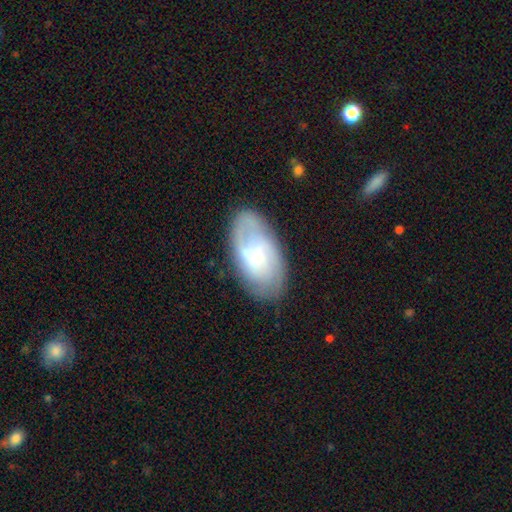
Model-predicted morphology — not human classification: A featured or disk galaxy (59%) with no bar (60%), spiral arms (88%) and a small central bulge (57%).

Vote fractions:
- Smooth or featured? featured or disk: 59% / smooth: 34% / star or artifact: 7%
- Edge-on disk? no: 95% / yes: 5%
- Bar? no: 60% / weak: 34% / strong: 6%
- Spiral arms? yes: 88% / no: 12%
- Bulge size? small: 57% / moderate: 25% / none: 11% / large: 6% / dominant: 2%
- Merging? none: 76% / minor disturbance: 17% / major disturbance: 6% / merger: 1%